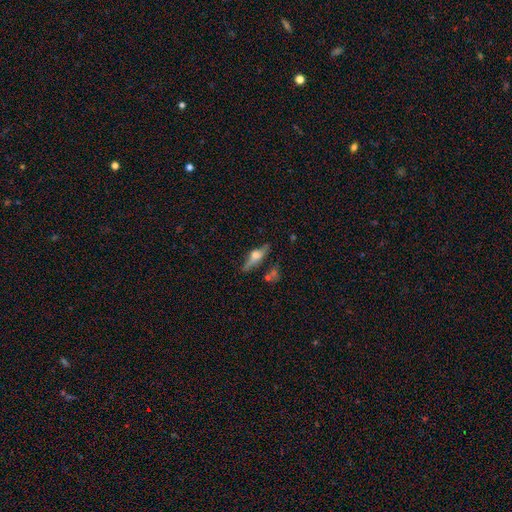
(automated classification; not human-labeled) smooth-or-featured: featured or disk: 57% | smooth: 36% | star or artifact: 7%
  disk-edge-on: yes: 91% | no: 9%
    edge-on-bulge: rounded: 90% | boxy: 7% | none: 3%
  merging: none: 69% | minor disturbance: 18% | merger: 7% | major disturbance: 6%